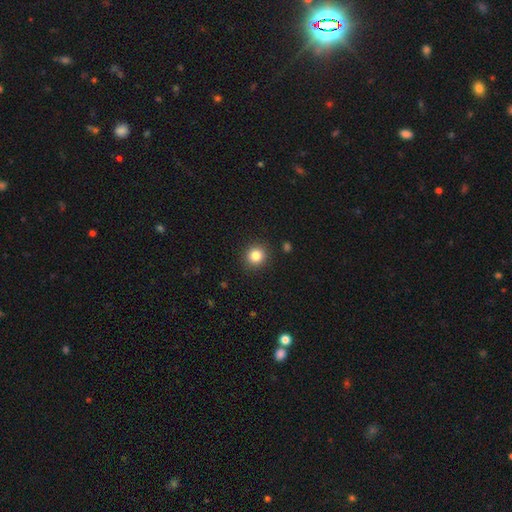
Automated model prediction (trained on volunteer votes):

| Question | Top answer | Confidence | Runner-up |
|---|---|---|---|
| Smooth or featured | smooth | 83% | star or artifact (11%) |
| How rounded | round | 92% | in between (7%) |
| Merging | none | 91% | minor disturbance (5%) |